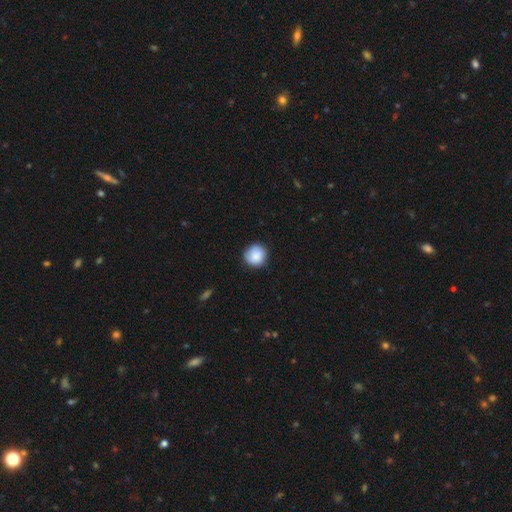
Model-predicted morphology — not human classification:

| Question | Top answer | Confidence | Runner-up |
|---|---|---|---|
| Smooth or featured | smooth | 87% | star or artifact (7%) |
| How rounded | round | 91% | in between (8%) |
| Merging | none | 84% | minor disturbance (13%) |